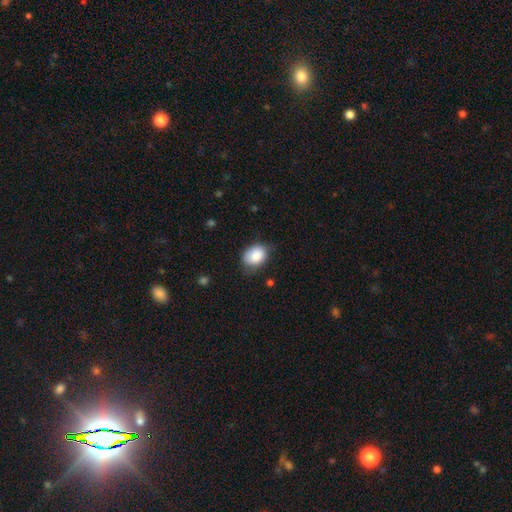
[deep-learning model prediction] Smooth or featured?
  - smooth: 86% *
  - star or artifact: 7%
  - featured or disk: 6%
How rounded?
  - in between: 71% *
  - round: 28%
  - cigar-shaped: 1%
Merging?
  - none: 64% *
  - minor disturbance: 29%
  - major disturbance: 6%
  - merger: 1%